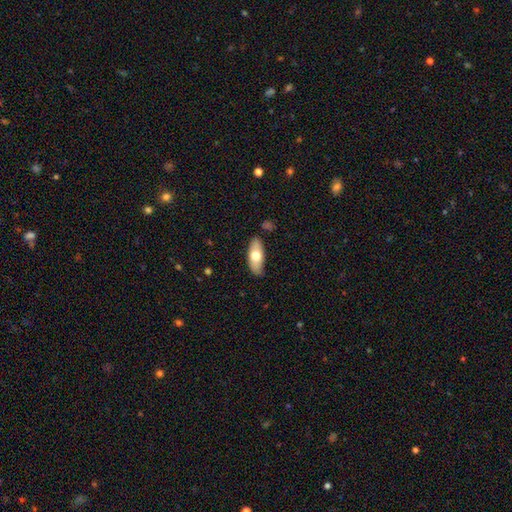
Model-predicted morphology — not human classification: A smooth galaxy with no disk features (65%) that is in between round and cigar-shaped (81%).

Vote fractions:
- Smooth or featured? smooth: 65% / featured or disk: 30% / star or artifact: 6%
- How rounded? in between: 81% / cigar-shaped: 17% / round: 3%
- Merging? none: 85% / minor disturbance: 12% / major disturbance: 2% / merger: 2%